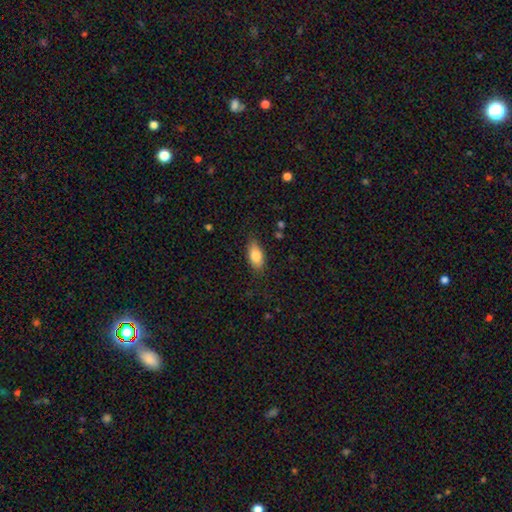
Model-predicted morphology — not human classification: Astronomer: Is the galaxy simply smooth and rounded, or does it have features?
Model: smooth — 82%.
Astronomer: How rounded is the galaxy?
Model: in between — 88%.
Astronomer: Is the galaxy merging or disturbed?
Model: none — 80%.